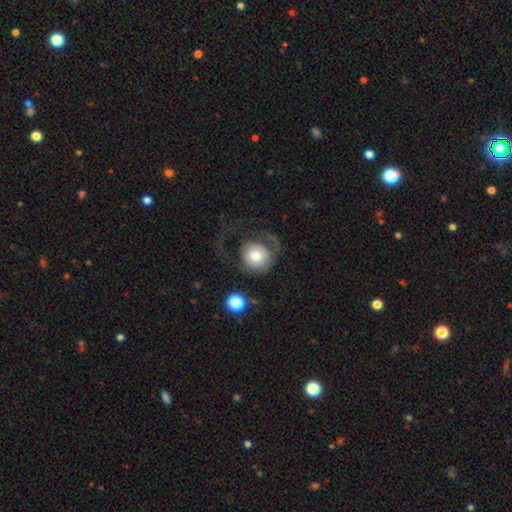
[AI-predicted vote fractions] Smooth or featured: smooth — 60% (featured or disk — 31%)
How rounded: round — 88% (in between — 11%)
Merging: major disturbance — 47% (none — 36%)